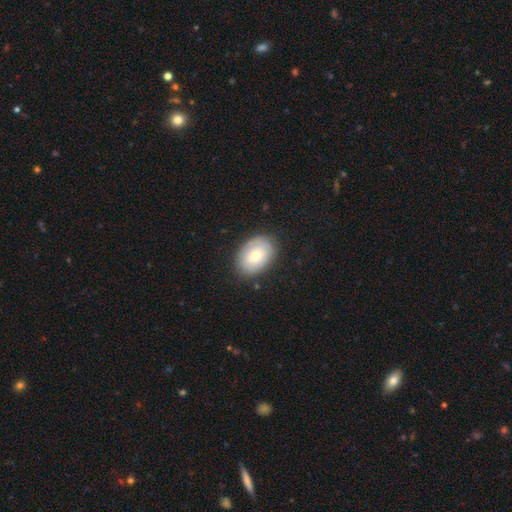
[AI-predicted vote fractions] Smooth or featured: smooth — 69% (featured or disk — 25%)
How rounded: in between — 85% (round — 14%)
Merging: none — 80% (minor disturbance — 15%)